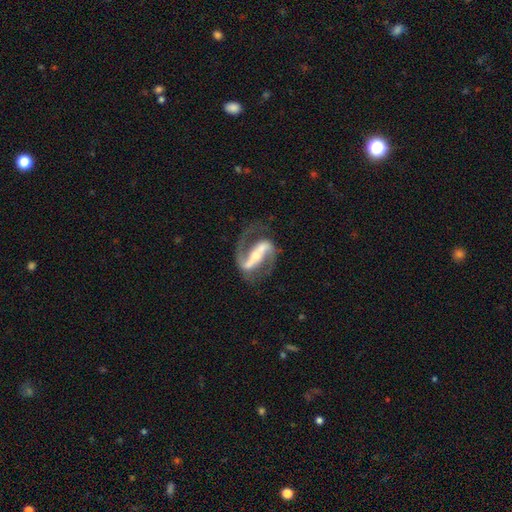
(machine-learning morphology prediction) type=featured or disk (91%); edge-on=no (94%); bar=strong (77%); spiral arms=yes (96%); winding=medium (52%); arm count=2 (90%); bulge=moderate (49%); merging=none (71%).